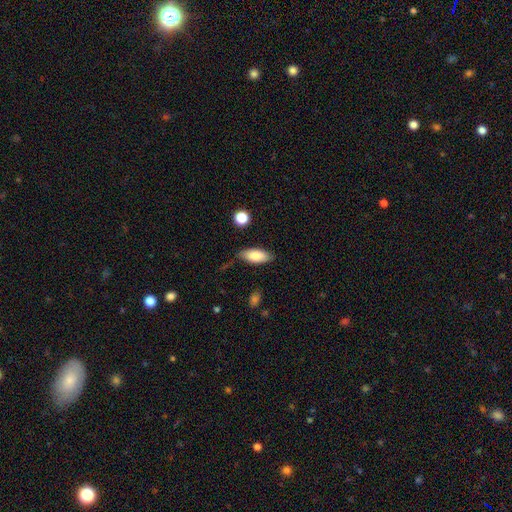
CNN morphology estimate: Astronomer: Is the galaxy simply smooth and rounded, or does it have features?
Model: smooth — 81%.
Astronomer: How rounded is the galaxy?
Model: in between — 83%.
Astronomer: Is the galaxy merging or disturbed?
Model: none — 74%.